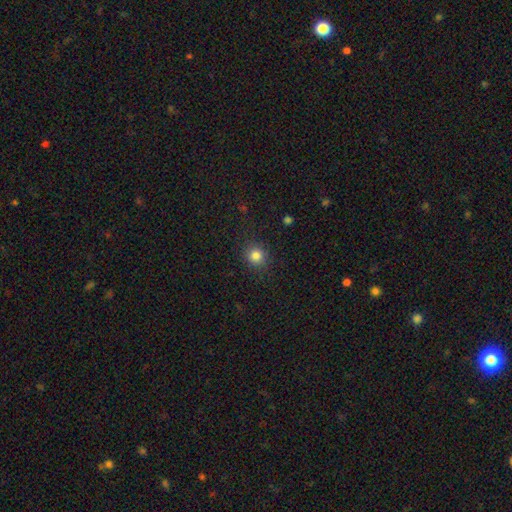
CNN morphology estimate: Smooth or featured? Predicted: smooth (p=0.83). How rounded? Predicted: round (p=0.89). Merging? Predicted: none (p=0.89).